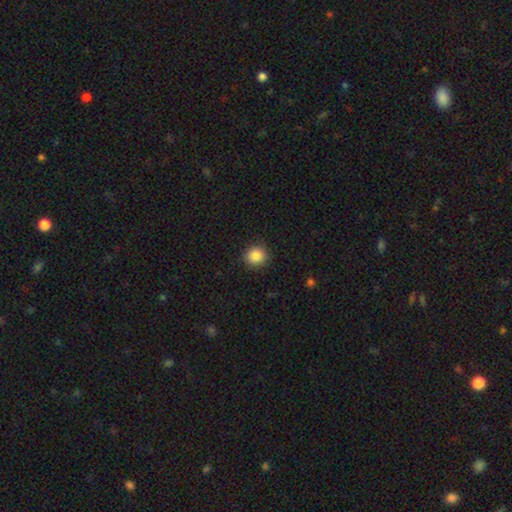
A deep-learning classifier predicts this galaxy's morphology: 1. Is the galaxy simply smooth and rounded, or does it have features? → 87% smooth, 10% star or artifact, 4% featured or disk.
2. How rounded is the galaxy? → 90% round, 9% in between, 1% cigar-shaped.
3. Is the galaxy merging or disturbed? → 91% none, 6% minor disturbance, 2% major disturbance, 1% merger.